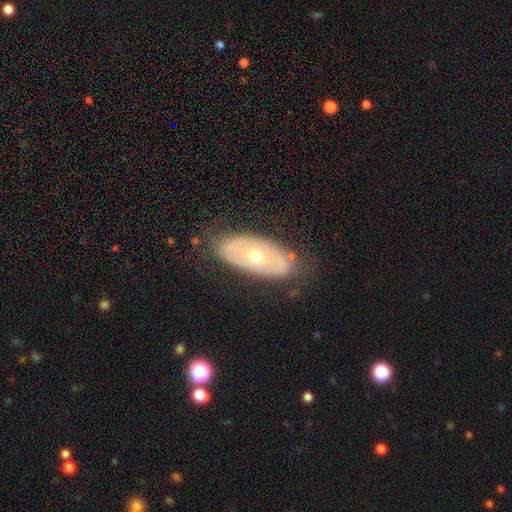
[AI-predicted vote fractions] A featured or disk galaxy (60%) with no bar (87%), no spiral arms (79%) and a moderate central bulge (67%). Merging: none (77%).